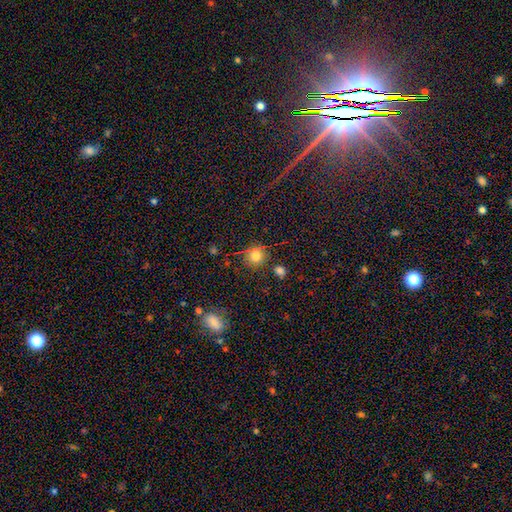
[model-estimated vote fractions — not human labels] A smooth galaxy with no disk features (77%) that is round (90%). Merging: none (76%).